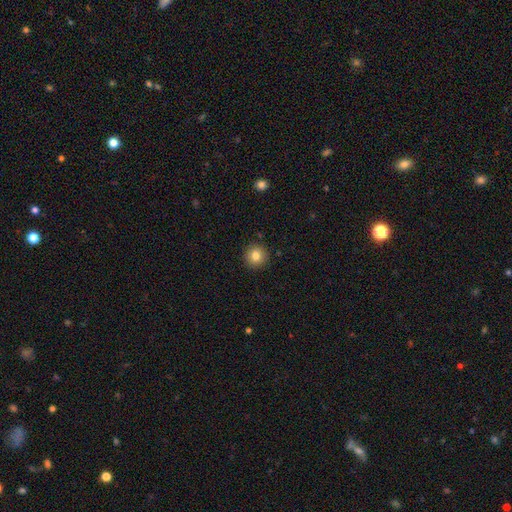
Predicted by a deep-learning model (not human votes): Smooth or featured: smooth — 82% (star or artifact — 10%)
How rounded: round — 94% (in between — 5%)
Merging: none — 92% (minor disturbance — 6%)